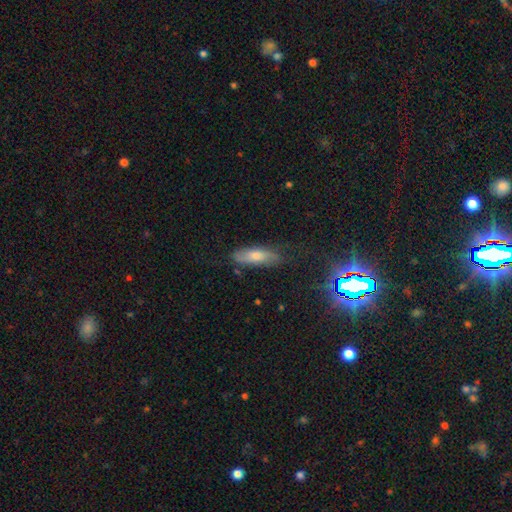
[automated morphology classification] Overall: smooth (59%; featured or disk 27%). How rounded: in between (52%; cigar-shaped 45%). Merging: none (74%).